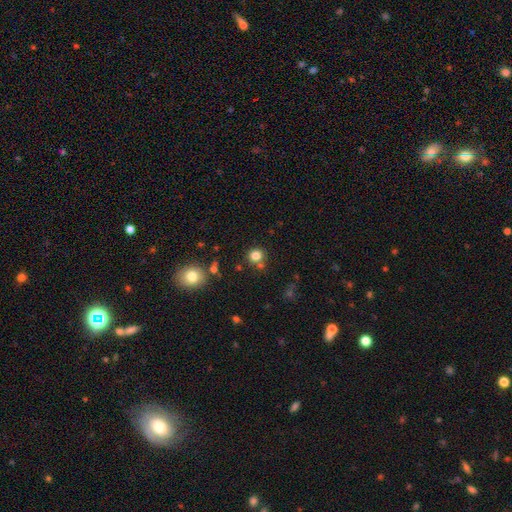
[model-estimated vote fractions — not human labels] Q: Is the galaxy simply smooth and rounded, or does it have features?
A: smooth — 81%.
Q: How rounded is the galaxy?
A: round — 89%.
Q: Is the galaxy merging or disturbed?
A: none — 76%.